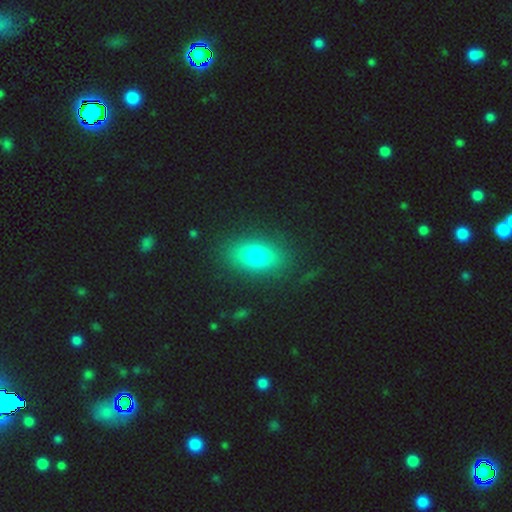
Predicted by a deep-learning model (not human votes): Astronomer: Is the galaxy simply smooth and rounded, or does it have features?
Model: smooth — 75%.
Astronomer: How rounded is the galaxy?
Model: in between — 83%.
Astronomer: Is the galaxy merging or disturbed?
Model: none — 83%.